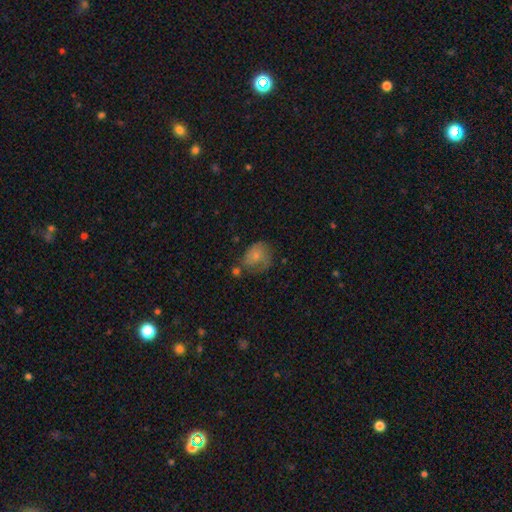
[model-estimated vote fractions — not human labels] Smooth or featured? smooth (65%)
How rounded? in between (53%)
Merging? none (37%)